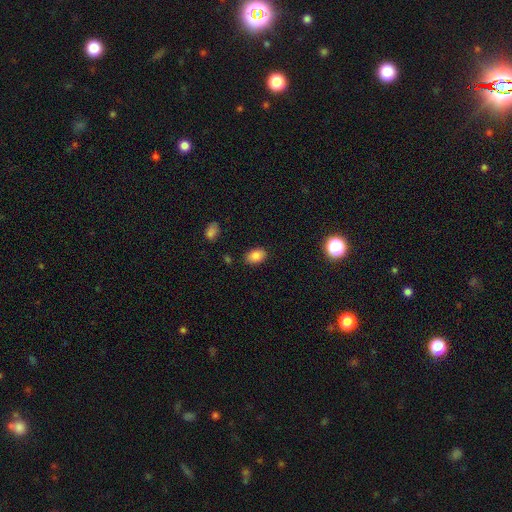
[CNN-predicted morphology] type=smooth (85%); roundness=in between (84%); merging=none (85%).